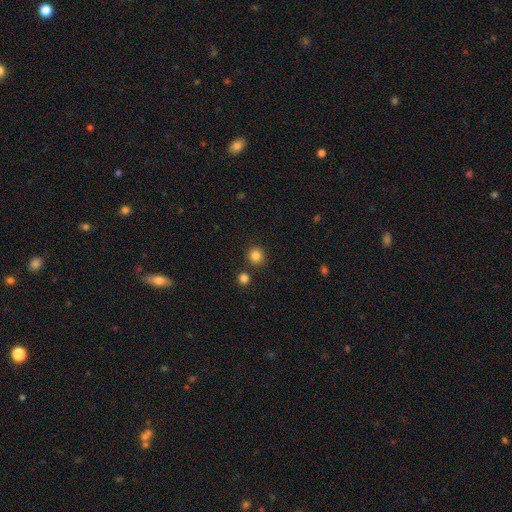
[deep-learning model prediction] smooth_or_featured: smooth (p=0.83) [alt: star or artifact p=0.12]
how_rounded: round (p=0.92) [alt: in between p=0.07]
merging: none (p=0.85) [alt: merger p=0.06]